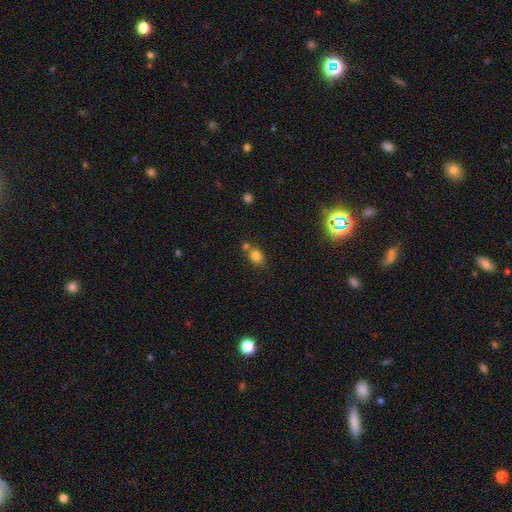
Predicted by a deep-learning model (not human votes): A smooth galaxy with no disk features (80%) that is round (50%).

Vote fractions:
- Smooth or featured? smooth: 80% / star or artifact: 12% / featured or disk: 9%
- How rounded? round: 50% / in between: 48% / cigar-shaped: 2%
- Merging? none: 53% / merger: 29% / minor disturbance: 14% / major disturbance: 4%